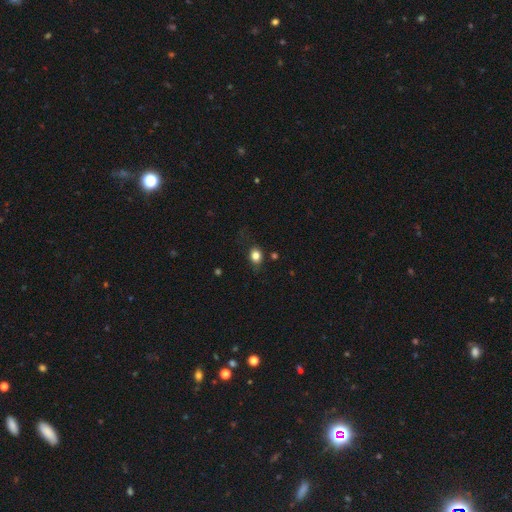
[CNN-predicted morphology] This appears to be a smooth galaxy with no disk features (82%) that is in between round and cigar-shaped (50%). Merging: none (76%).